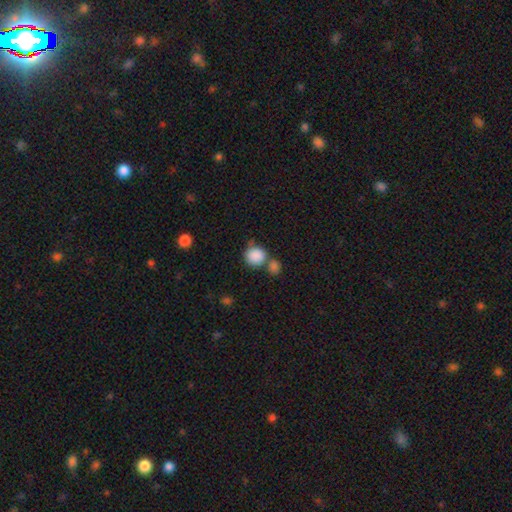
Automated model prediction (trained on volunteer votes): Morphology: type=smooth (87%); roundness=round (85%); merging=none (50%).